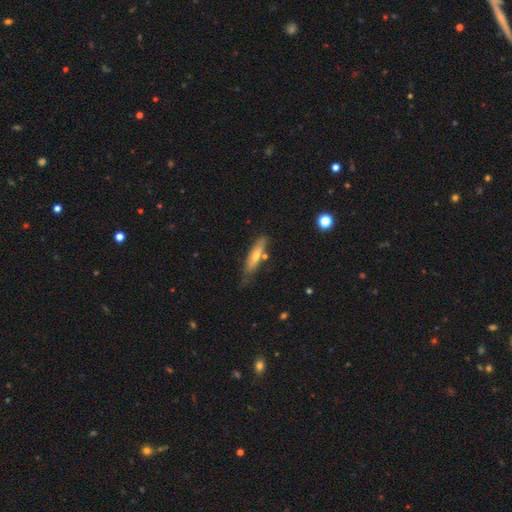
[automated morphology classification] This appears to be a smooth galaxy with no disk features (53%) that is cigar-shaped (79%). Merging: none (65%).